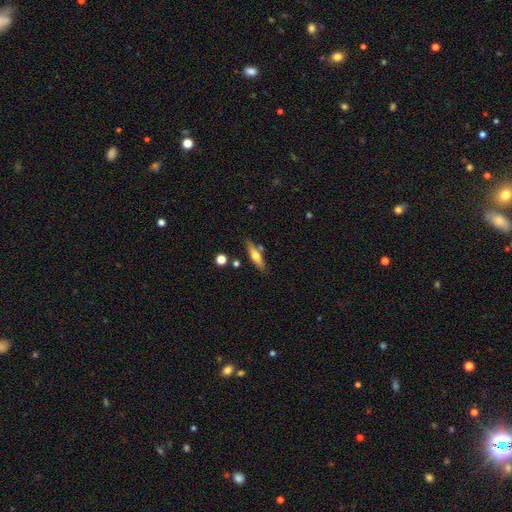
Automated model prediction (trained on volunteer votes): The model was most divided on "smooth or featured": smooth: 49%, featured or disk: 45%, star or artifact: 6%. More confident: merging — none (76%).